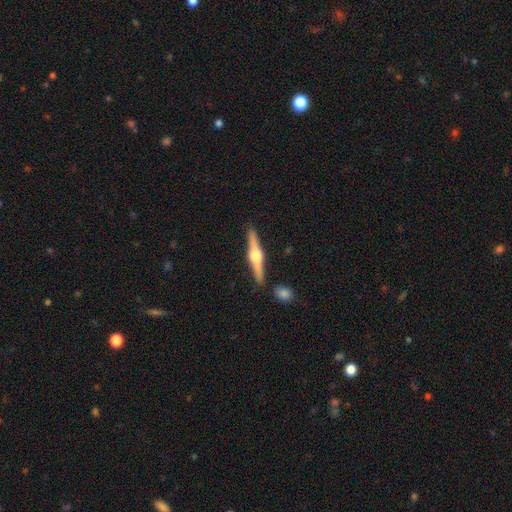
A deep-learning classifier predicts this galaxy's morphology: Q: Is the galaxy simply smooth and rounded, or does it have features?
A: featured or disk — 79%.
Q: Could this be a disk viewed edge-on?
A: yes — 98%.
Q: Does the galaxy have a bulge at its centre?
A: rounded — 94%.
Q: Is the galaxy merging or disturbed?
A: none — 88%.